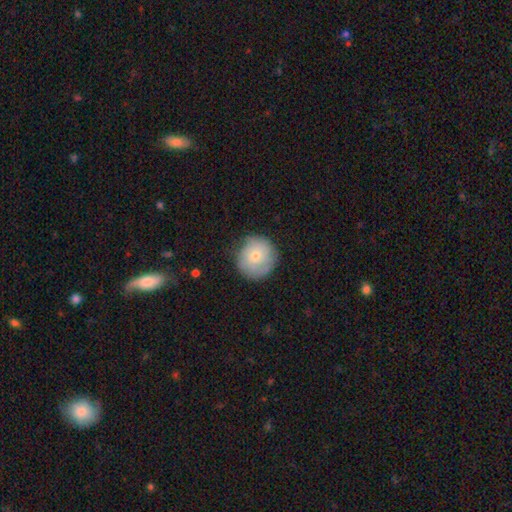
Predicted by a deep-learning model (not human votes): Smooth or featured?
  - smooth: 64% *
  - featured or disk: 28%
  - star or artifact: 8%
How rounded?
  - round: 92% *
  - in between: 7%
  - cigar-shaped: 1%
Merging?
  - none: 77% *
  - minor disturbance: 17%
  - major disturbance: 5%
  - merger: 1%